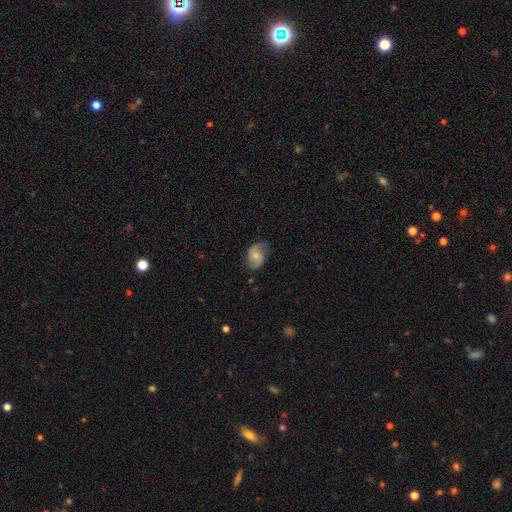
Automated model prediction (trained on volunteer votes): Morphology: type=featured or disk (52%); edge-on=no (96%); bar=no (70%); spiral arms=yes (84%); bulge=small (49%); merging=none (67%).